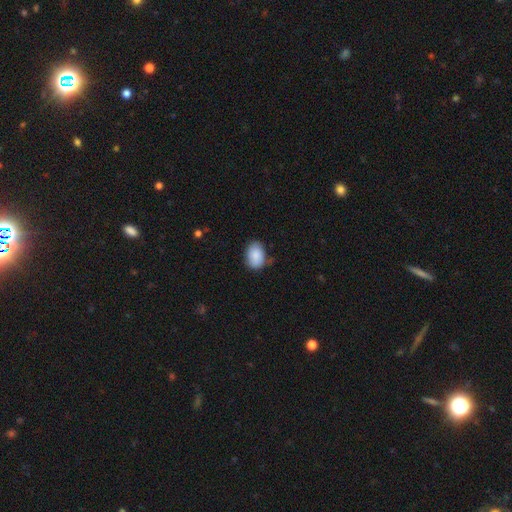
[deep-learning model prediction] Smooth or featured: smooth — 88% (star or artifact — 7%)
How rounded: in between — 78% (round — 21%)
Merging: none — 72% (minor disturbance — 21%)